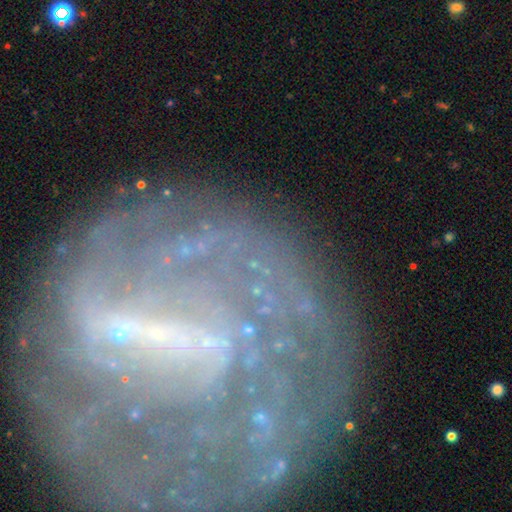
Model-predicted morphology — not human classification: The model was most divided on "bar": strong: 40%, weak: 33%, no: 28%. Remaining: edge-on disk — no (96%); spiral arms — yes (75%); smooth or featured — featured or disk (74%); merging — none (61%); bulge size — small (48%); spiral winding — tight (46%); spiral arm count — can't tell (36%).